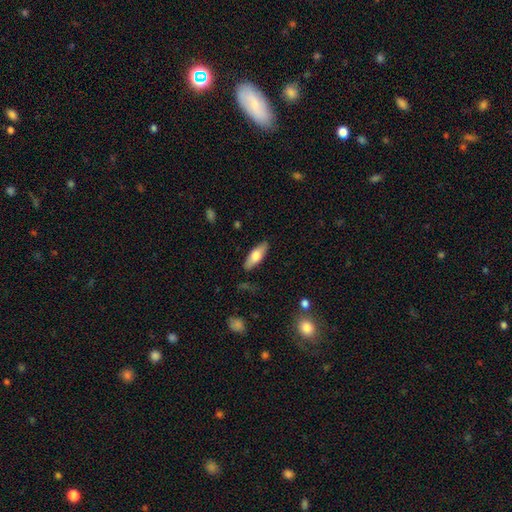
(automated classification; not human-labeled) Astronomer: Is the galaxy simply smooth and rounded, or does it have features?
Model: smooth — 66%.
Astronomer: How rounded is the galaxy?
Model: in between — 63%.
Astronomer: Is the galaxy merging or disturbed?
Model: none — 87%.